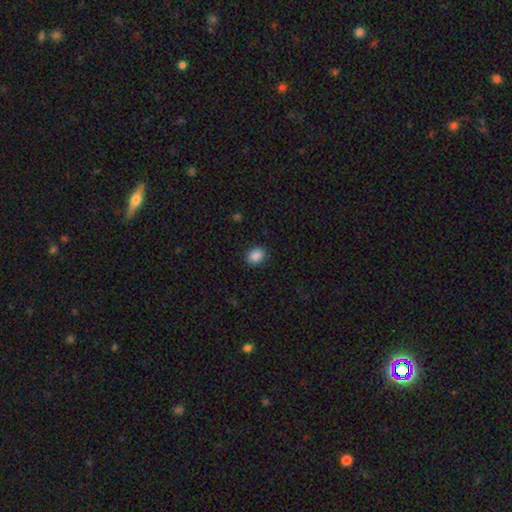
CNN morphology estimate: smooth 88%, star or artifact 9%, featured or disk 3%. Down the decision tree: how rounded — in between (57%); merging — none (89%).